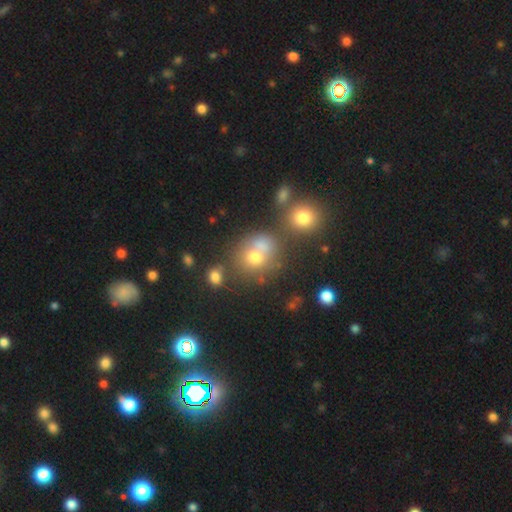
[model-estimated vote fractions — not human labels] This appears to be a smooth galaxy with no disk features (56%) that is round (78%). Merging: none (52%).